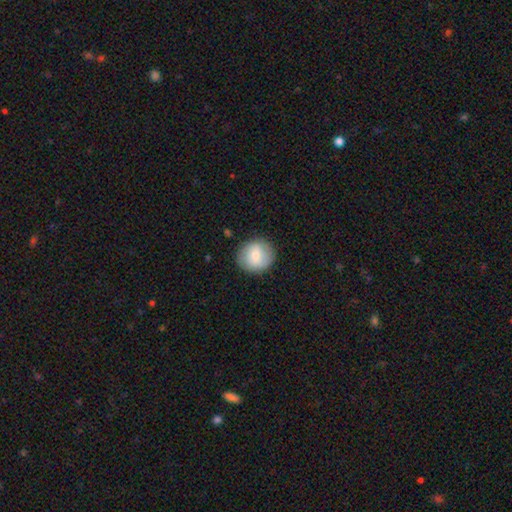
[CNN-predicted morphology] This is likely a smooth galaxy (74%). How rounded: clearly round (87%). Merging: clearly none (87%).